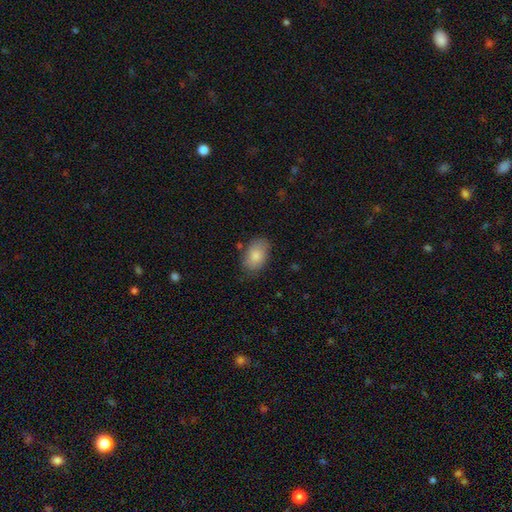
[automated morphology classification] A smooth galaxy with no disk features (82%) that is in between round and cigar-shaped (88%).

Vote fractions:
- Smooth or featured? smooth: 82% / featured or disk: 12% / star or artifact: 7%
- How rounded? in between: 88% / round: 10% / cigar-shaped: 1%
- Merging? none: 75% / minor disturbance: 19% / major disturbance: 4% / merger: 2%